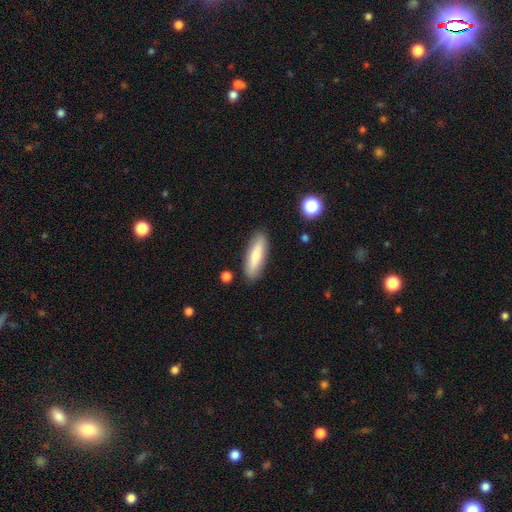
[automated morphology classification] The model was most divided on "how rounded": cigar-shaped: 52%, in between: 46%, round: 2%. More confident: merging — none (86%); smooth or featured — smooth (72%).